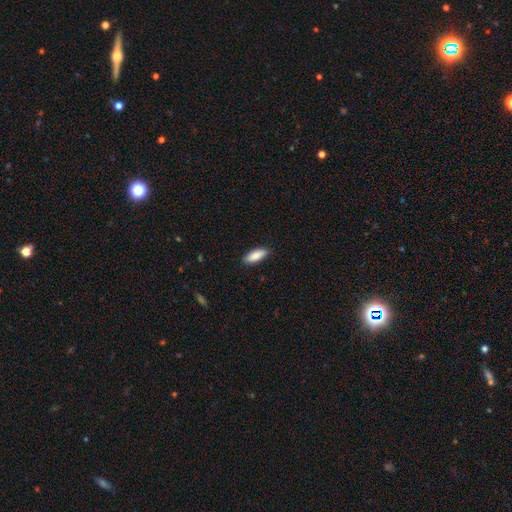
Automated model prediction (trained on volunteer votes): This is clearly a smooth galaxy (85%). How rounded: likely in between (66%). Merging: clearly none (87%).